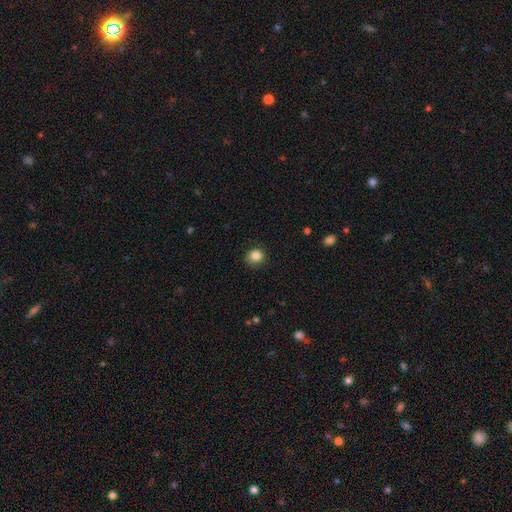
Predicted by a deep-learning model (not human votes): Morphology: type=smooth (85%); roundness=round (83%); merging=none (86%).